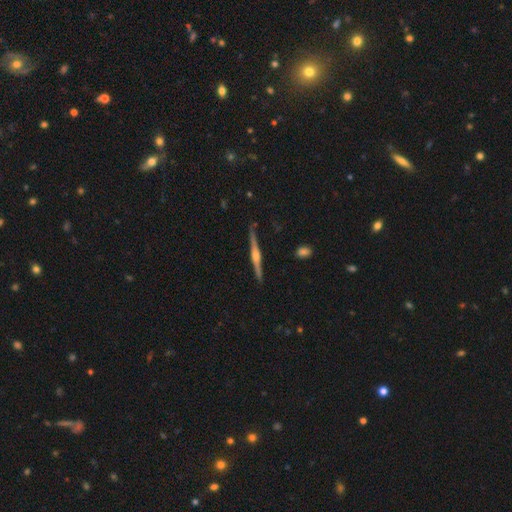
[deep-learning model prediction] smooth_or_featured: featured or disk (p=0.81) [alt: smooth p=0.14]
disk_edge_on: yes (p=0.98) [alt: no p=0.02]
edge_on_bulge: rounded (p=0.80) [alt: boxy p=0.14]
merging: none (p=0.88) [alt: minor disturbance p=0.09]